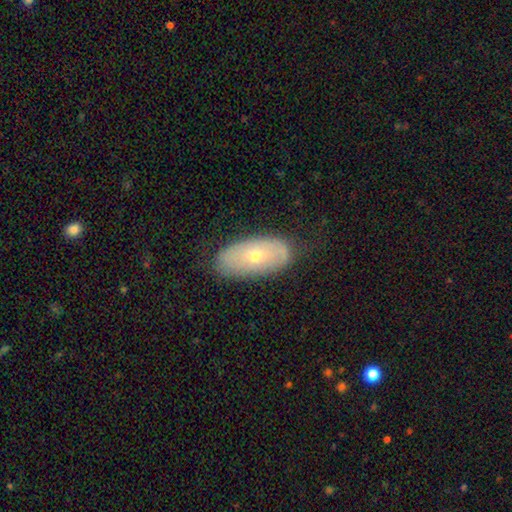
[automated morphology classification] Overall: smooth (53%; featured or disk 39%). How rounded: in between (91%). Merging: none (75%).